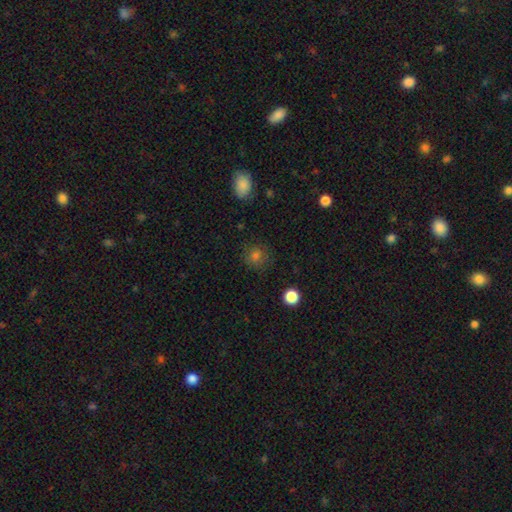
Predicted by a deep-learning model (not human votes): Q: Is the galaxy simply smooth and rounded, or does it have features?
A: smooth — 77%.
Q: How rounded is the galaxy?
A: round — 89%.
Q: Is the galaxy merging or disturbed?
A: none — 85%.